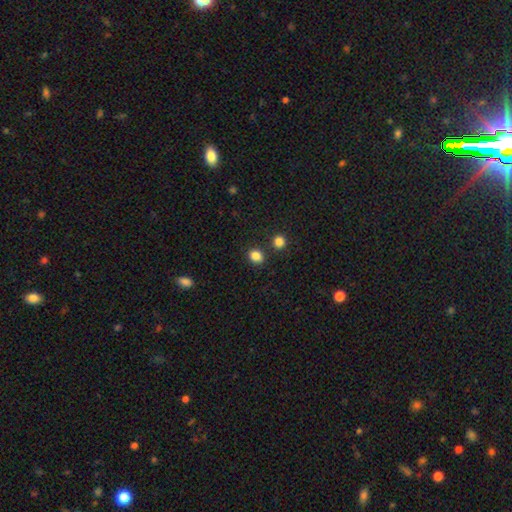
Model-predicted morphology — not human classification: Smooth or featured? smooth (85%)
How rounded? round (58%)
Merging? none (82%)